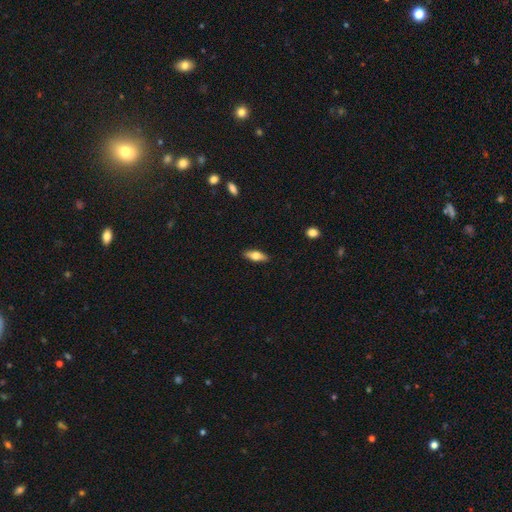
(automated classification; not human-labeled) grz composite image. It shows a smooth galaxy with no disk features (60%) that is in between round and cigar-shaped (60%). Merging: none (89%).